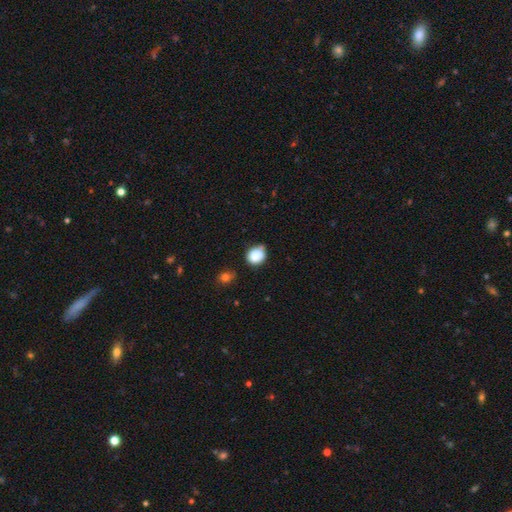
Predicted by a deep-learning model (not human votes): smooth_or_featured: smooth (p=0.83) [alt: star or artifact p=0.10]
how_rounded: round (p=0.67) [alt: in between p=0.32]
merging: none (p=0.53) [alt: minor disturbance p=0.34]